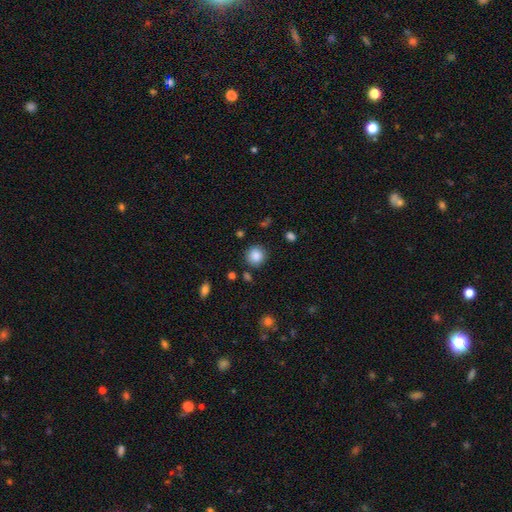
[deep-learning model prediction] Smooth or featured?
  - smooth: 86% *
  - star or artifact: 9%
  - featured or disk: 4%
How rounded?
  - round: 91% *
  - in between: 8%
  - cigar-shaped: 1%
Merging?
  - none: 86% *
  - minor disturbance: 9%
  - major disturbance: 3%
  - merger: 3%